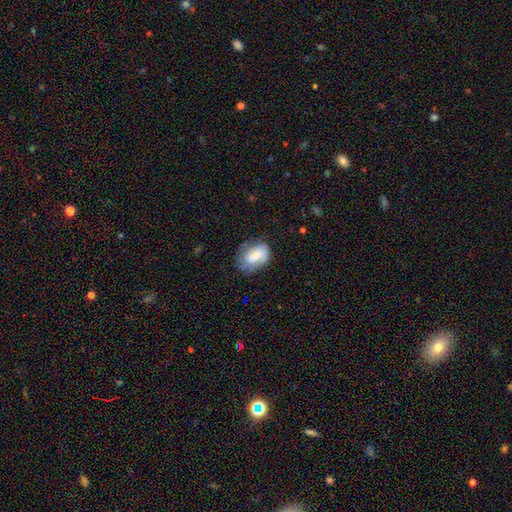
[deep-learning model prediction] Q: Smooth or featured?
A: smooth (59%); runner-up: featured or disk (32%)
Q: How rounded?
A: in between (82%); runner-up: round (16%)
Q: Merging?
A: none (54%); runner-up: minor disturbance (30%)